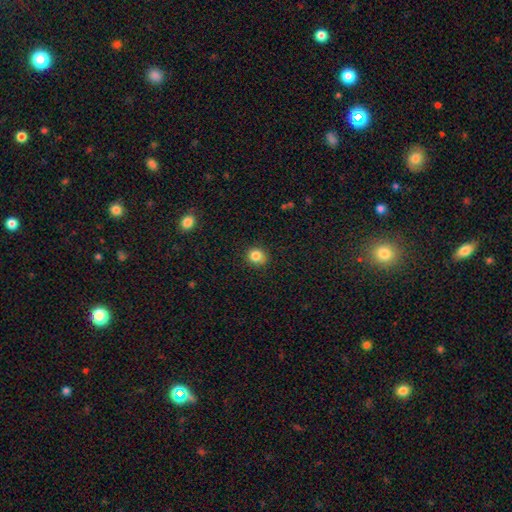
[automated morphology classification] smooth-or-featured: smooth: 84% | star or artifact: 11% | featured or disk: 5%
  how-rounded: round: 81% | in between: 19% | cigar-shaped: 1%
  merging: none: 81% | minor disturbance: 15% | major disturbance: 3% | merger: 1%